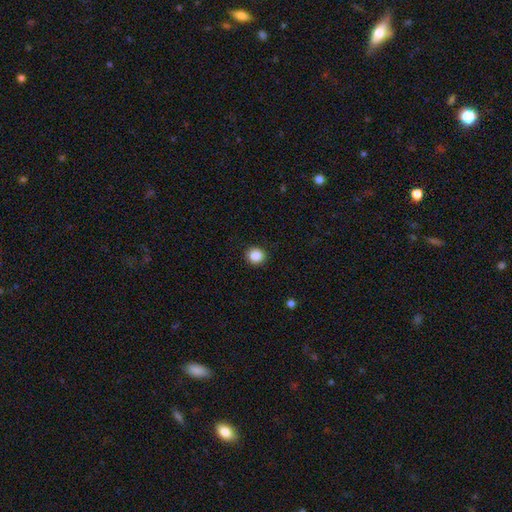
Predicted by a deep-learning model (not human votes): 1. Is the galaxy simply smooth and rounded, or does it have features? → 87% smooth, 10% star or artifact, 3% featured or disk.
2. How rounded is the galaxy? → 88% round, 11% in between, 1% cigar-shaped.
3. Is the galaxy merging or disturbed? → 91% none, 6% minor disturbance, 2% major disturbance, 1% merger.